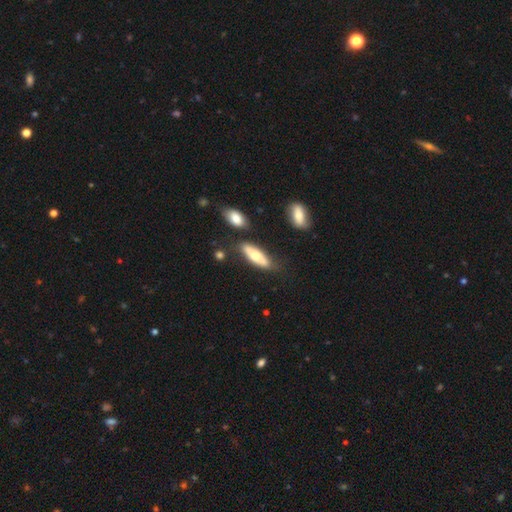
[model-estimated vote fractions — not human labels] smooth_or_featured: smooth (p=0.58) [alt: featured or disk p=0.36]
how_rounded: in between (p=0.58) [alt: cigar-shaped p=0.40]
merging: none (p=0.68) [alt: minor disturbance p=0.18]